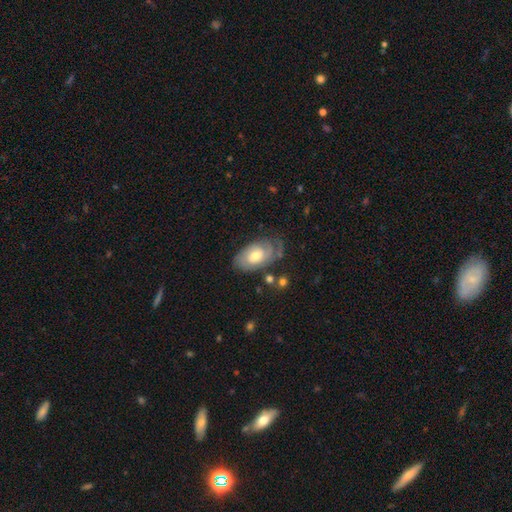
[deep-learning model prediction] Smooth or featured? featured or disk (69%)
Edge-on disk? no (94%)
Bar? no (66%)
Spiral arms? yes (88%)
Spiral winding? tight (63%)
Spiral arm count? 2 (38%)
Bulge size? moderate (66%)
Merging? none (62%)